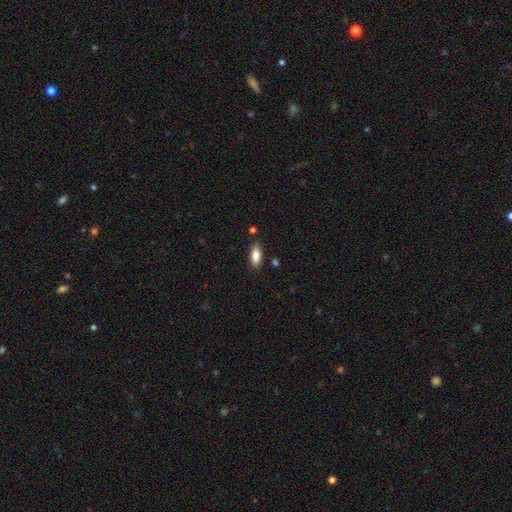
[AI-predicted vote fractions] Overall: smooth (84%). How rounded: in between (82%). Merging: none (83%).